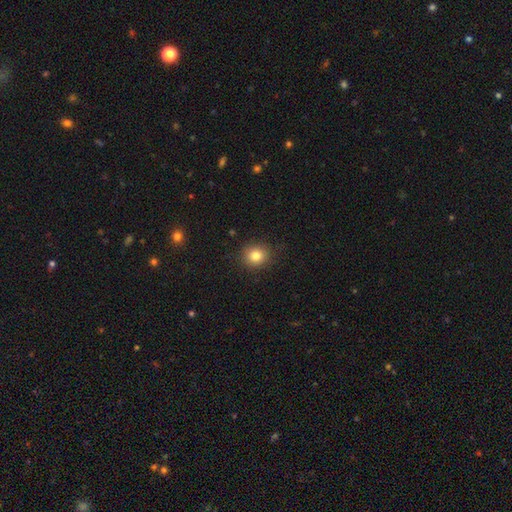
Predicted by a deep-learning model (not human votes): This appears to be a smooth galaxy with no disk features (82%) that is round (80%). Merging: none (88%).